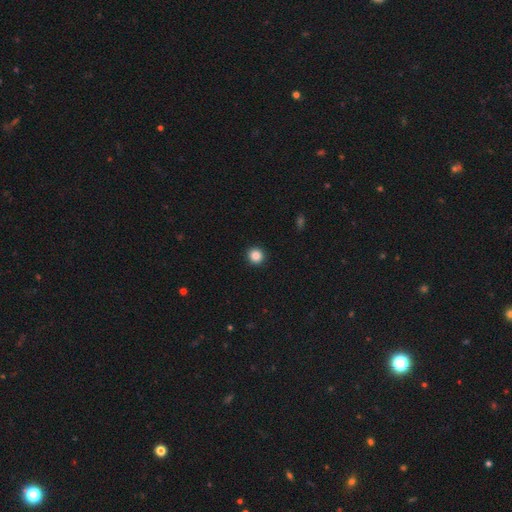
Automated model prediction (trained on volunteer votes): Q: Smooth or featured?
A: smooth (86%); runner-up: star or artifact (10%)
Q: How rounded?
A: round (94%); runner-up: in between (5%)
Q: Merging?
A: none (93%); runner-up: minor disturbance (4%)